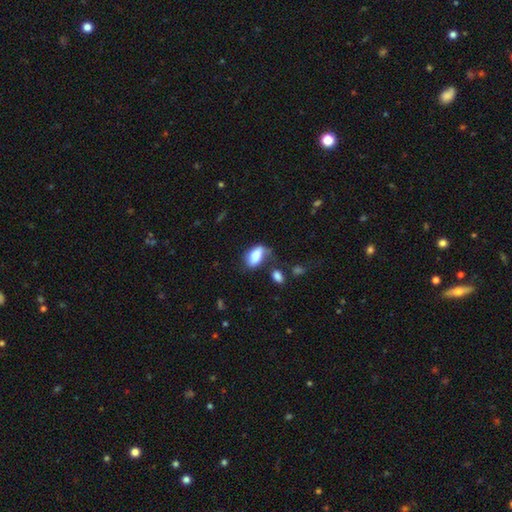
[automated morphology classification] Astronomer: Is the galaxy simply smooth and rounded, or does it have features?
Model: smooth — 78%.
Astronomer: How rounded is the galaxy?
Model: in between — 90%.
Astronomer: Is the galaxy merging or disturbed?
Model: none — 37% (runner-up: minor disturbance, 29%).